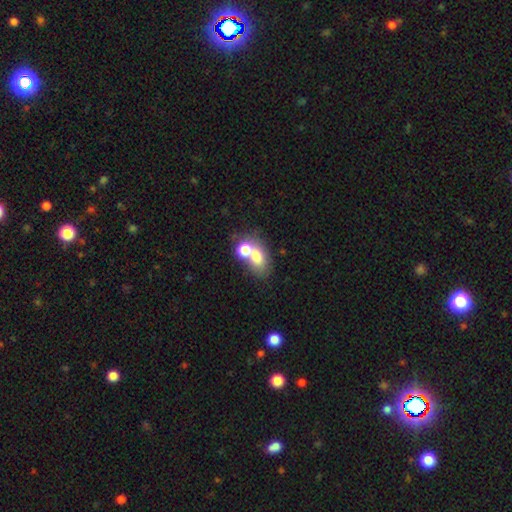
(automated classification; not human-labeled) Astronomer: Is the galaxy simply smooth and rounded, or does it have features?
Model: smooth — 67%.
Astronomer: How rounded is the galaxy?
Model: in between — 69%.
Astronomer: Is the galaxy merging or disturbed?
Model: merger — 55% (runner-up: none, 31%).